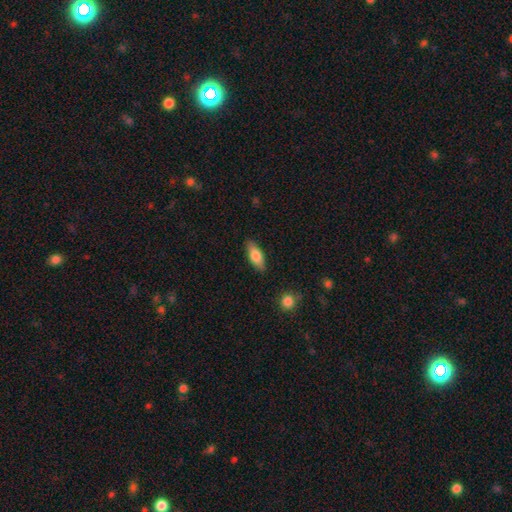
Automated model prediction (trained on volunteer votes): Smooth or featured? smooth (75%)
How rounded? in between (73%)
Merging? none (87%)